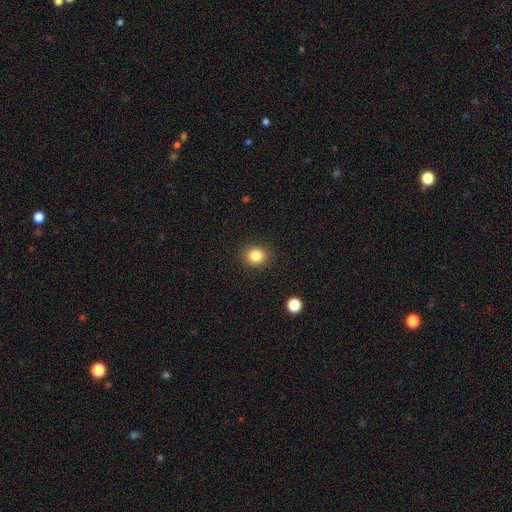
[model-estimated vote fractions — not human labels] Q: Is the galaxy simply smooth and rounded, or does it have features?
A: smooth — 84%.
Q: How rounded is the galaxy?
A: round — 79%.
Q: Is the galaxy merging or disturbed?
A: none — 90%.